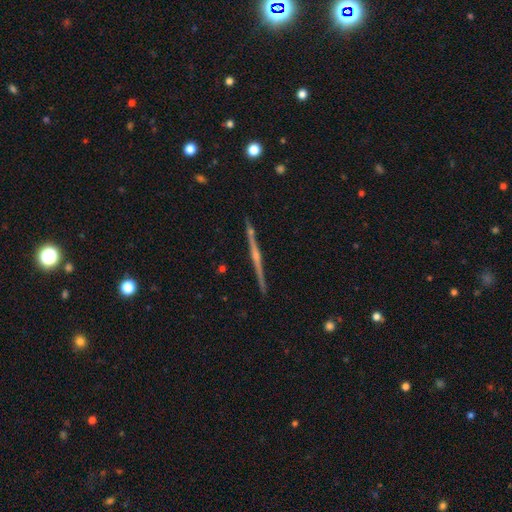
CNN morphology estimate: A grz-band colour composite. It shows a featured or disk galaxy (84%) viewed edge-on (99%) with a rounded central bulge (75%). Merging: none (91%).